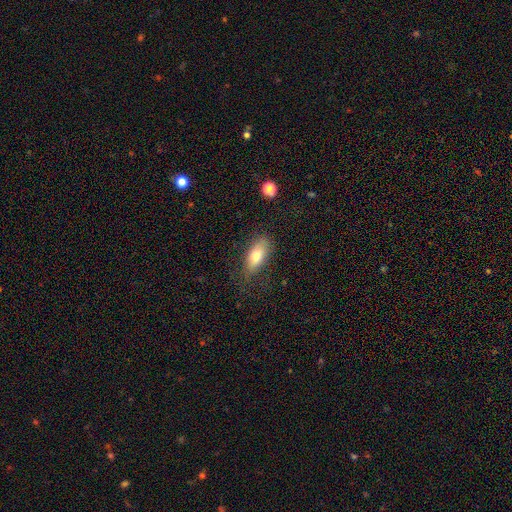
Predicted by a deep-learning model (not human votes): This appears to be a smooth galaxy with no disk features (73%) that is in between round and cigar-shaped (82%). Merging: none (73%).